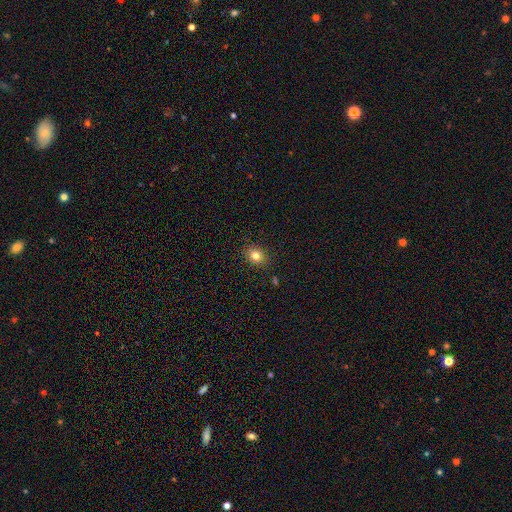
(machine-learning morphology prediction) smooth 81%, star or artifact 12%, featured or disk 7%. Down the decision tree: how rounded — round (55%); merging — none (87%).